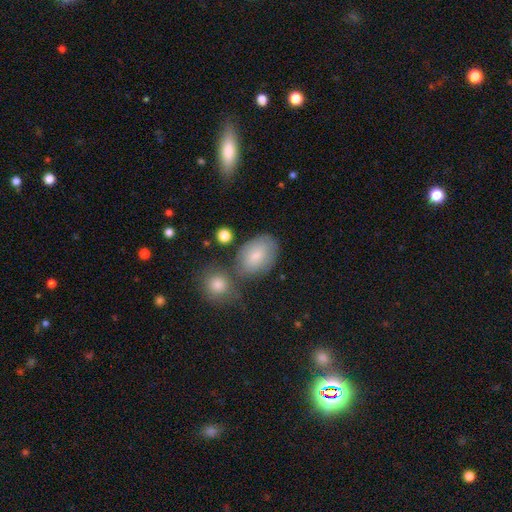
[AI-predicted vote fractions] Smooth or featured?
  - smooth: 77% *
  - featured or disk: 16%
  - star or artifact: 7%
How rounded?
  - in between: 86% *
  - round: 13%
  - cigar-shaped: 1%
Merging?
  - none: 59% *
  - minor disturbance: 18%
  - merger: 16%
  - major disturbance: 6%